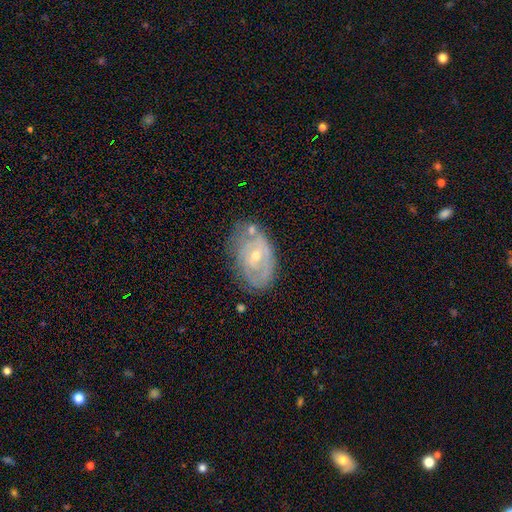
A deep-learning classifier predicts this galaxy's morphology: This is likely a featured or disk galaxy (72%). It is clearly not viewed edge-on (95%). Bar: likely no (64%). Spiral arm pattern: likely yes (68%). Central bulge: possibly small (60%). Merging: possibly none (59%).